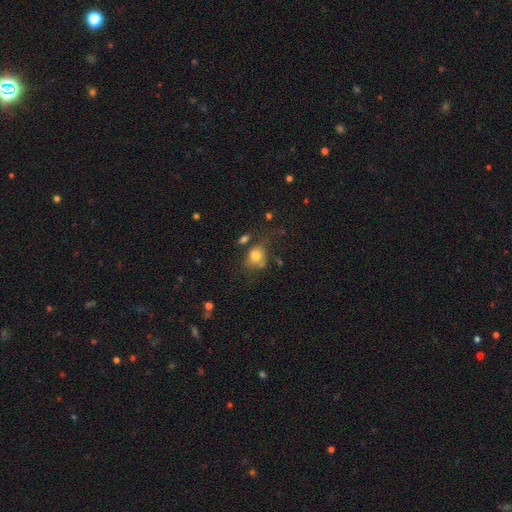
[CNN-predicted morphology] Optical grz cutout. It shows a smooth galaxy with no disk features (74%) that is in between round and cigar-shaped (49%, tied with round). Merging: none (45%).